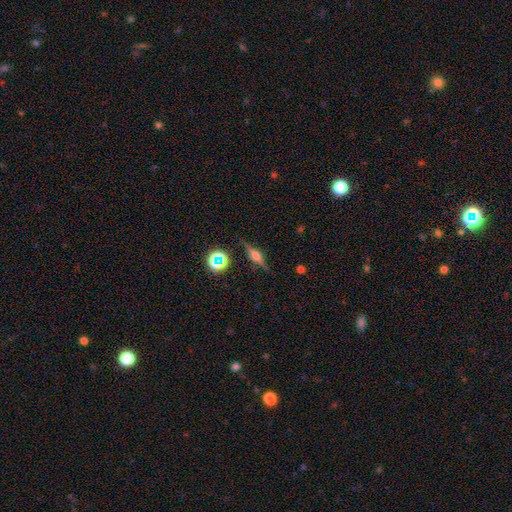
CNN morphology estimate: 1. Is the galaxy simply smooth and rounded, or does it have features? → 70% featured or disk, 19% smooth, 12% star or artifact.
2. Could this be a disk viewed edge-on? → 96% yes, 4% no.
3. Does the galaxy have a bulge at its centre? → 85% rounded, 13% boxy, 3% none.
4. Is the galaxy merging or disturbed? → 85% none, 10% minor disturbance, 3% major disturbance, 2% merger.